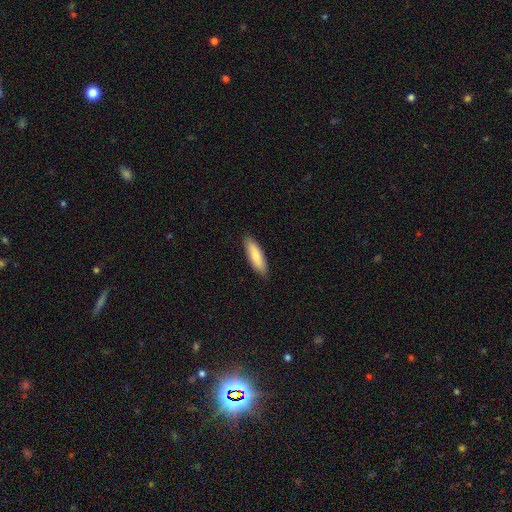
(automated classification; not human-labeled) smooth-or-featured: smooth: 81% | featured or disk: 14% | star or artifact: 5%
  how-rounded: cigar-shaped: 56% | in between: 42% | round: 2%
  merging: none: 89% | minor disturbance: 9% | major disturbance: 2% | merger: 1%